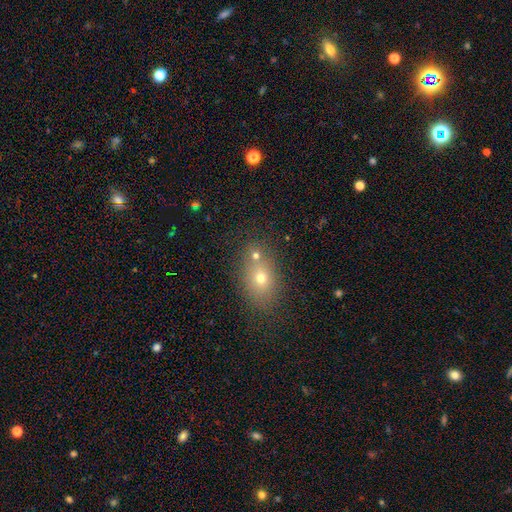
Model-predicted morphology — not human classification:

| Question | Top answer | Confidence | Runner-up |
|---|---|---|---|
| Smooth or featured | smooth | 65% | star or artifact (19%) |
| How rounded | in between | 49% | tied: round (49%) |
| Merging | none | 57% | merger (29%) |